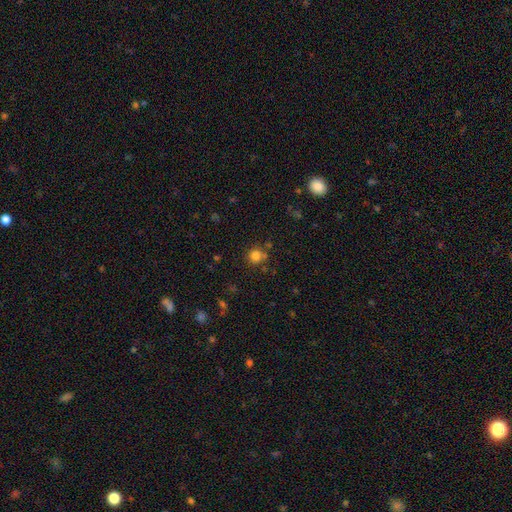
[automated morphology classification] Smooth or featured?
  - smooth: 81% *
  - star or artifact: 13%
  - featured or disk: 6%
How rounded?
  - round: 91% *
  - in between: 8%
  - cigar-shaped: 1%
Merging?
  - none: 76% *
  - minor disturbance: 12%
  - merger: 8%
  - major disturbance: 4%